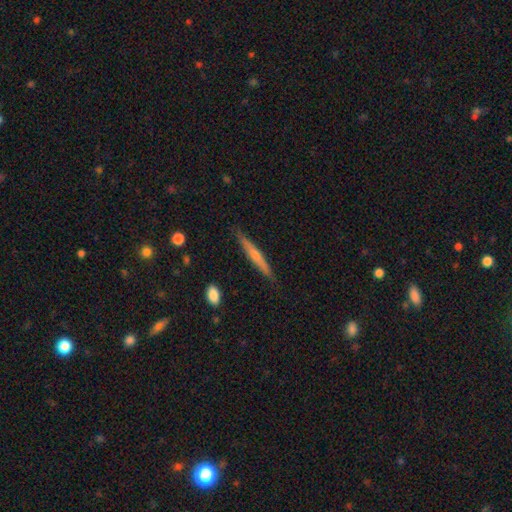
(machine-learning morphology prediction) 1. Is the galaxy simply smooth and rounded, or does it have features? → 48% featured or disk, 46% smooth, 6% star or artifact.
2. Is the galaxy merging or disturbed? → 87% none, 10% minor disturbance, 2% major disturbance, 1% merger.